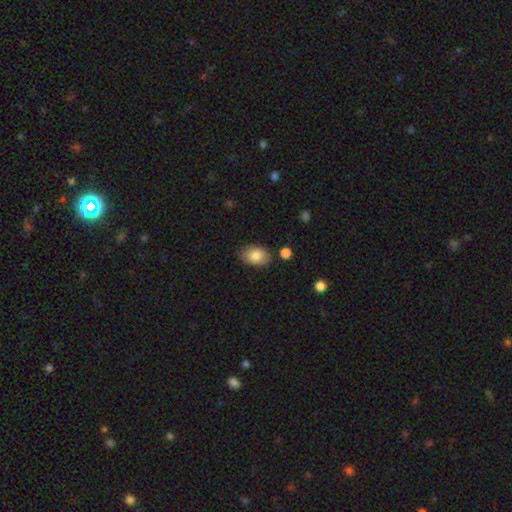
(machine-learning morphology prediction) A smooth galaxy with no disk features (84%) that is in between round and cigar-shaped (85%). Merging: none (82%).